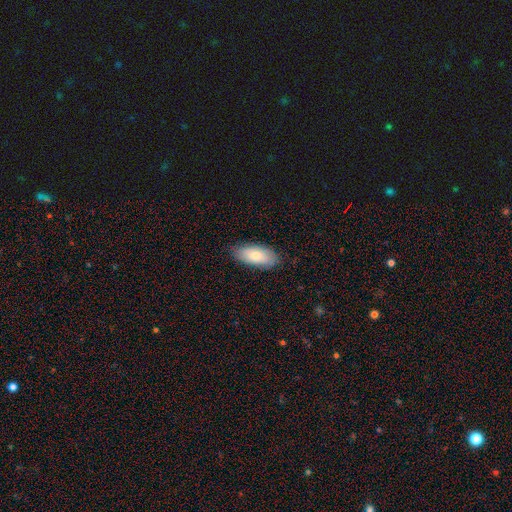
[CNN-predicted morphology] Smooth or featured? Predicted: smooth (p=0.77). How rounded? Predicted: in between (p=0.90). Merging? Predicted: none (p=0.83).